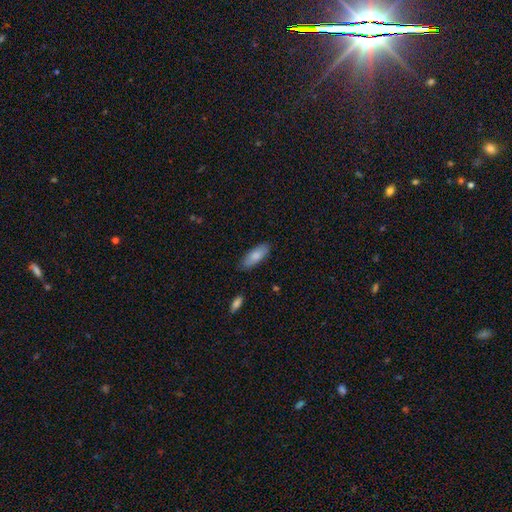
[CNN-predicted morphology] Smooth or featured: smooth — 83% (featured or disk — 11%)
How rounded: in between — 75% (cigar-shaped — 23%)
Merging: none — 84% (minor disturbance — 12%)